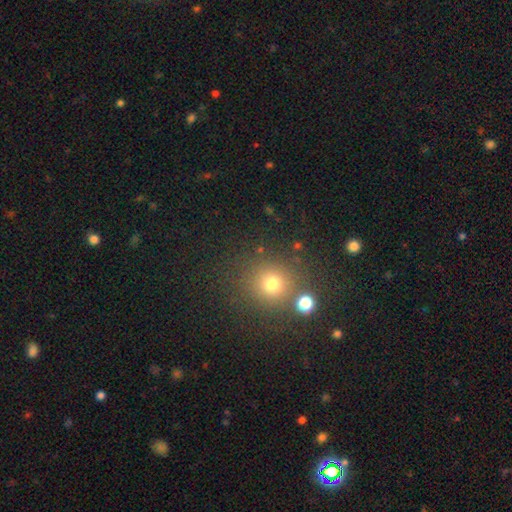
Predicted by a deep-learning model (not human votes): smooth_or_featured: smooth (p=0.61) [alt: star or artifact p=0.32]
how_rounded: round (p=0.90) [alt: in between p=0.08]
merging: none (p=0.83) [alt: merger p=0.07]